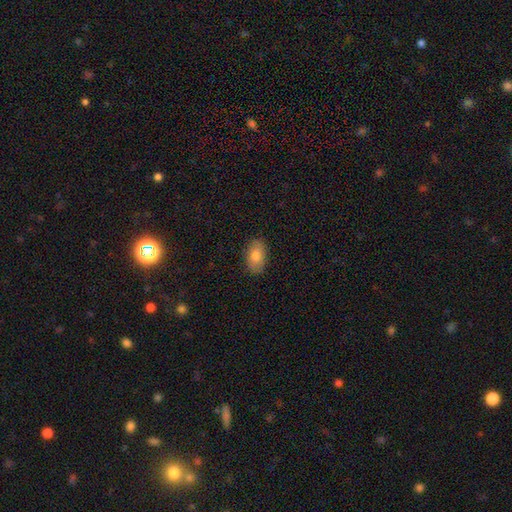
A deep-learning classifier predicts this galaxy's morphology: type=smooth (81%); roundness=in between (92%); merging=none (86%).